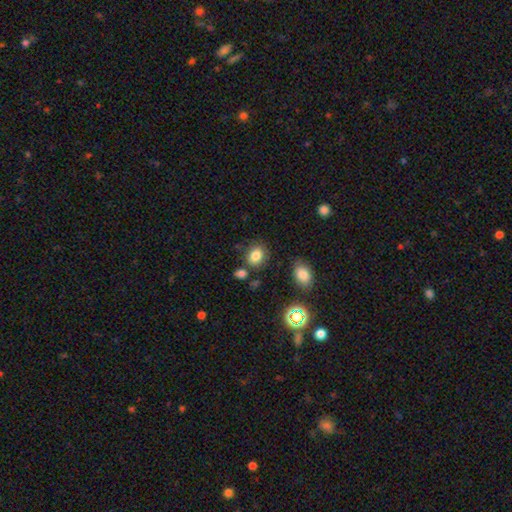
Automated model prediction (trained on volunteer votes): smooth 81%, star or artifact 12%, featured or disk 7%. Down the decision tree: how rounded — round (50%); merging — none (75%).